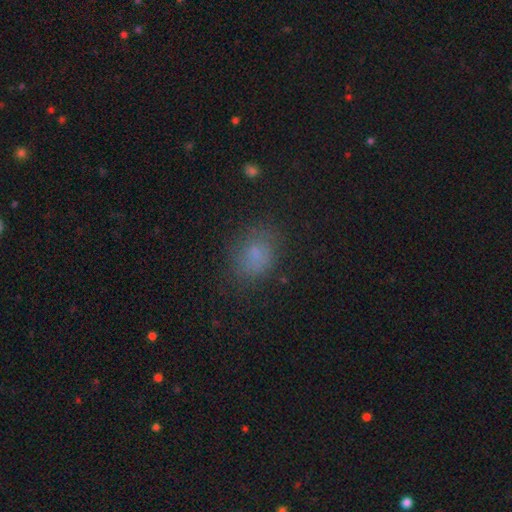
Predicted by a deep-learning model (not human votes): The model was most divided on "how rounded": round: 51%, in between: 48%, cigar-shaped: 1%. More confident: smooth or featured — smooth (76%); merging — none (75%).